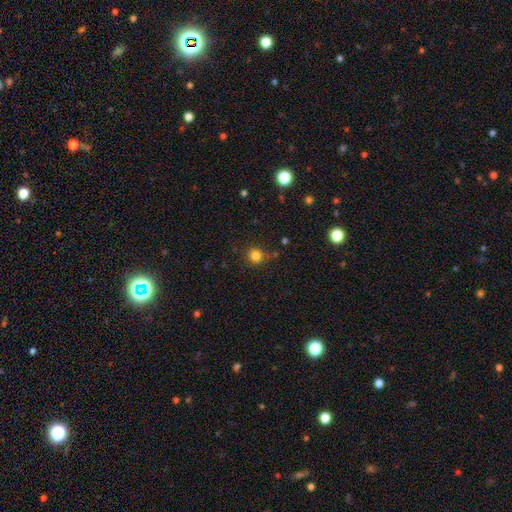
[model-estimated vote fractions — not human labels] This is clearly a smooth galaxy (81%). How rounded: clearly round (91%). Merging: clearly none (82%).